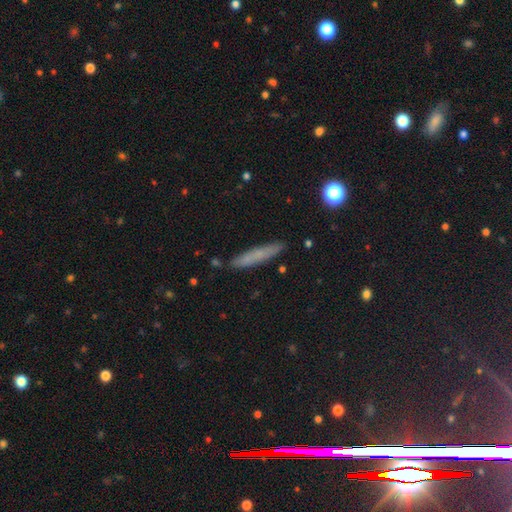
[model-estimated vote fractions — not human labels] This is likely a smooth galaxy (62%). How rounded: clearly cigar-shaped (92%). Merging: clearly none (85%).